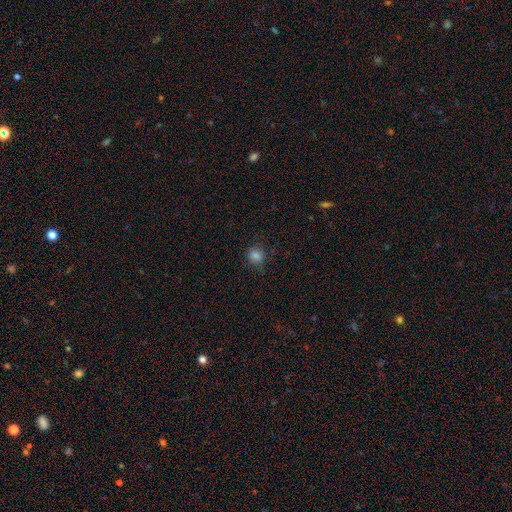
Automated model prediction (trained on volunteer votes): This appears to be a smooth galaxy with no disk features (80%) that is round (77%). Merging: none (76%).